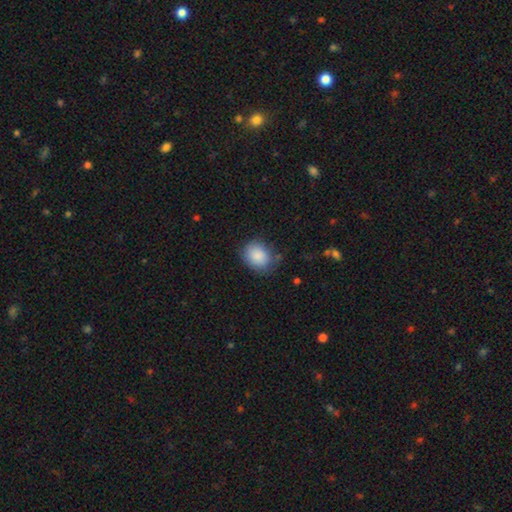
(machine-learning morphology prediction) Smooth or featured? Predicted: smooth (p=0.87). How rounded? Predicted: round (p=0.59). Merging? Predicted: none (p=0.72).